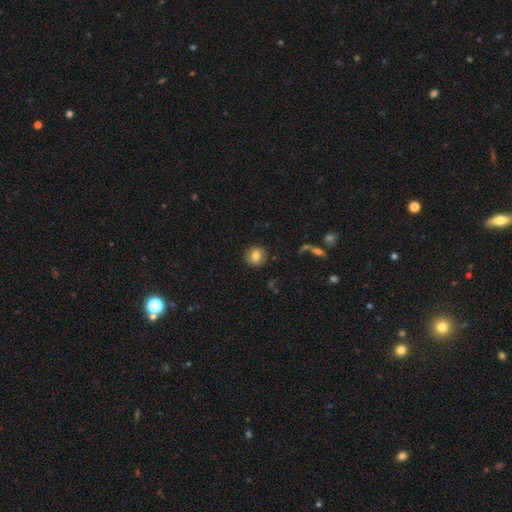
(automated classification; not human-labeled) This appears to be a smooth galaxy with no disk features (78%) that is round (90%). Merging: none (90%).